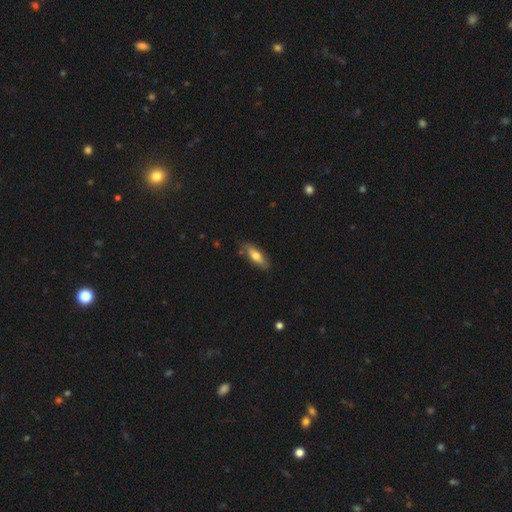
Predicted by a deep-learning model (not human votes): Smooth or featured: smooth — 61% (featured or disk — 32%)
How rounded: in between — 62% (cigar-shaped — 35%)
Merging: none — 79% (minor disturbance — 16%)